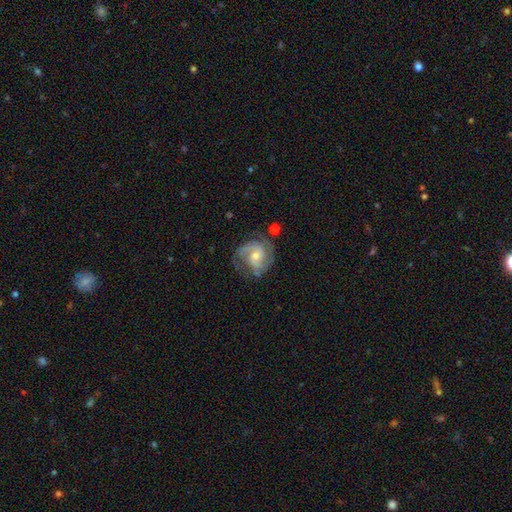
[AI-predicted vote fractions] Smooth or featured? featured or disk (82%)
Edge-on disk? no (98%)
Bar? no (57%)
Spiral arms? yes (95%)
Spiral winding? medium (47%)
Spiral arm count? 2 (58%)
Bulge size? moderate (50%)
Merging? none (64%)